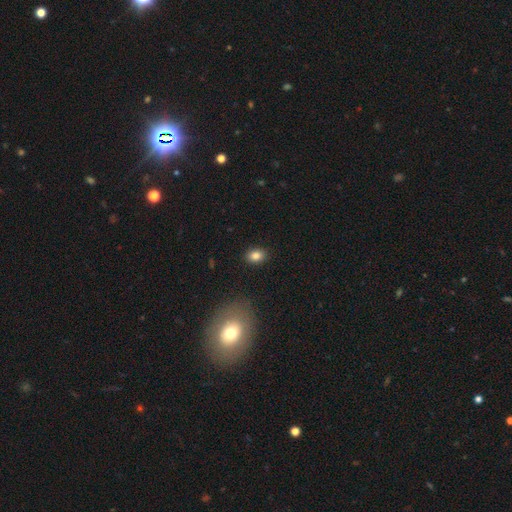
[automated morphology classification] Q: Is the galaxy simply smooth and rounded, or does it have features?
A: smooth — 84%.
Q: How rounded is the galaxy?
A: in between — 65%.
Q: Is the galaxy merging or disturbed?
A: none — 89%.